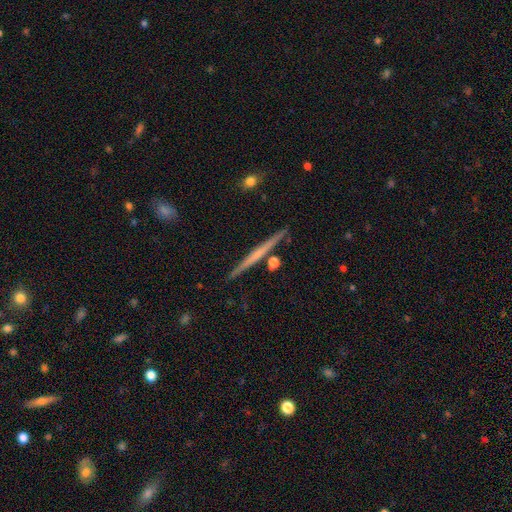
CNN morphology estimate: This is possibly a featured or disk galaxy (59%). It is clearly viewed edge-on (98%). Edge-on bulge: likely none (76%). Merging: clearly none (89%).